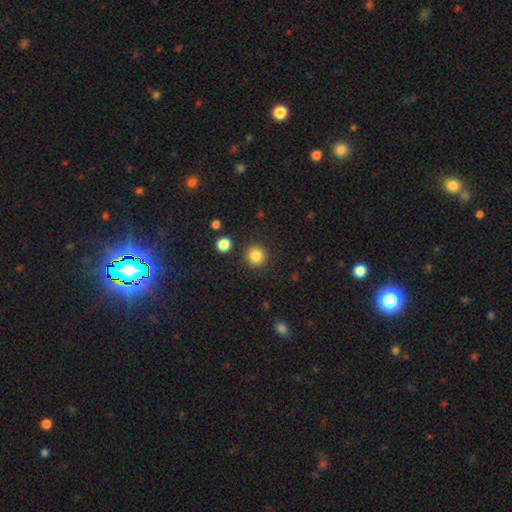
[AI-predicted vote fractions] smooth-or-featured: smooth: 85% | star or artifact: 10% | featured or disk: 4%
  how-rounded: round: 93% | in between: 6% | cigar-shaped: 1%
  merging: none: 90% | minor disturbance: 5% | merger: 2% | major disturbance: 2%